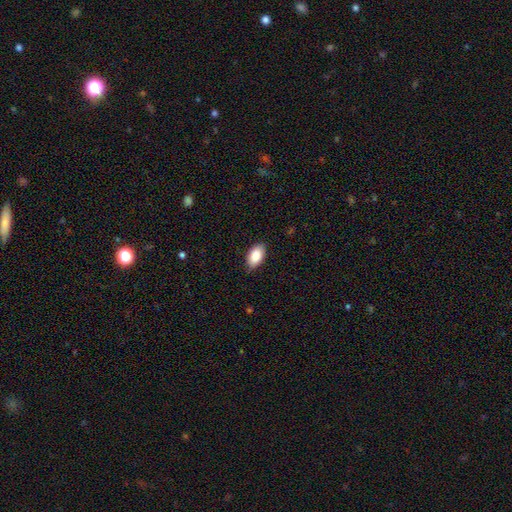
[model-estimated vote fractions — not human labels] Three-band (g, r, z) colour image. It shows a smooth galaxy with no disk features (87%) that is in between round and cigar-shaped (95%). Merging: none (86%).